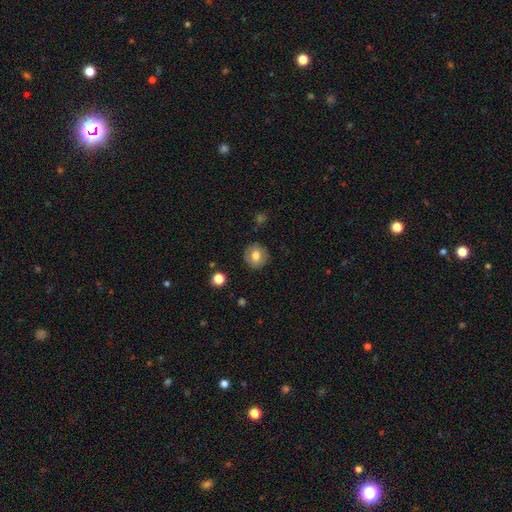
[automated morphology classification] This appears to be a smooth galaxy with no disk features (75%) that is round (91%). Merging: none (89%).